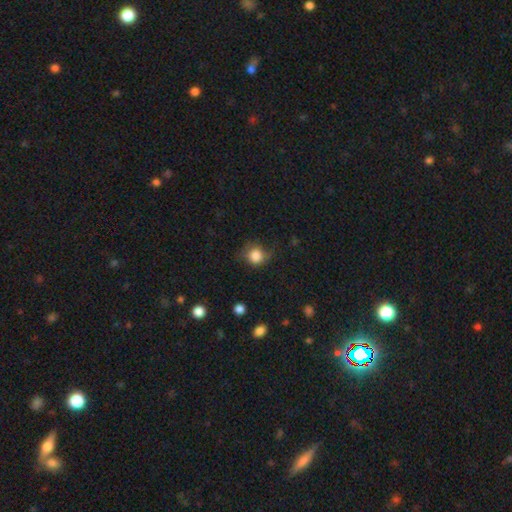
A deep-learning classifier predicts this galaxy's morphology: Smooth or featured? Predicted: smooth (p=0.82). How rounded? Predicted: round (p=0.82). Merging? Predicted: none (p=0.64).